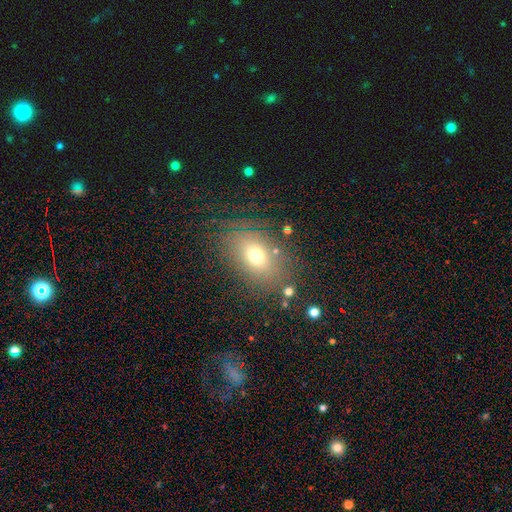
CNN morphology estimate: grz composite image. It shows a smooth galaxy with no disk features (64%) that is in between round and cigar-shaped (71%). Merging: none (75%).